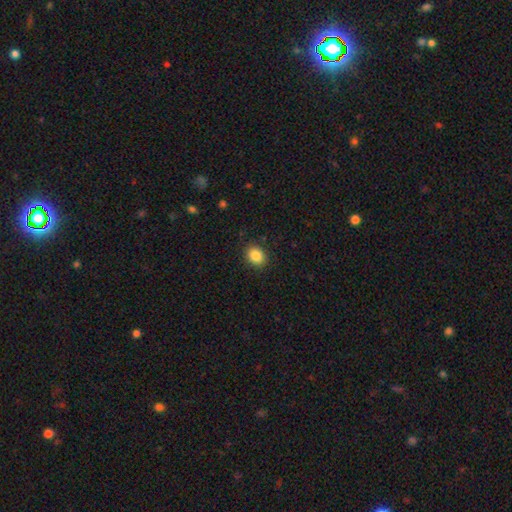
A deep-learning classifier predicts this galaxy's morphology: This is clearly a smooth galaxy (86%). How rounded: possibly in between (53%). Merging: clearly none (88%).